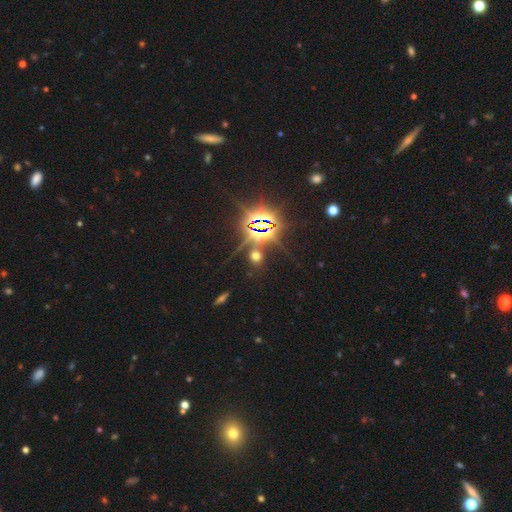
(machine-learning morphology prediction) type=star or artifact (56%).